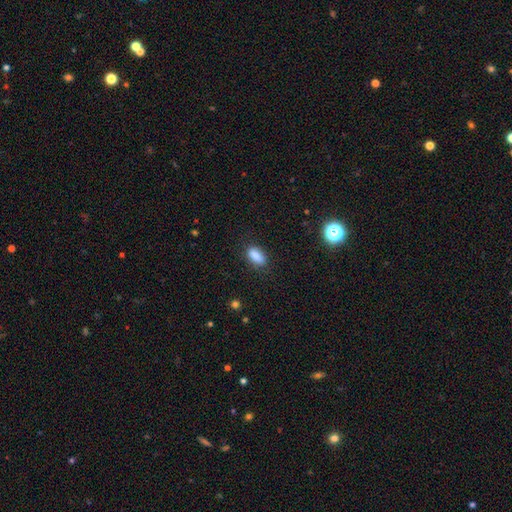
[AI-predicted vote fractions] Morphology: type=smooth (87%); roundness=in between (84%); merging=none (83%).